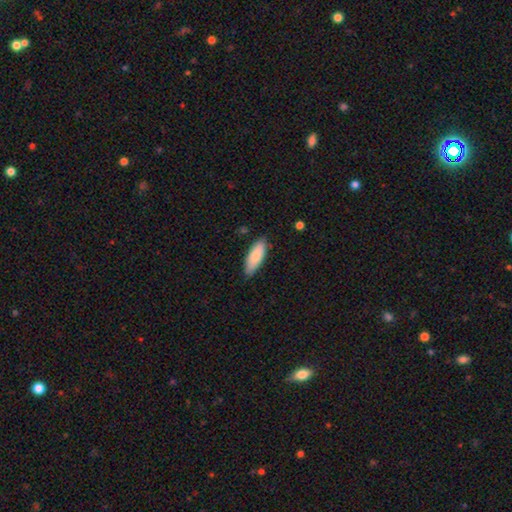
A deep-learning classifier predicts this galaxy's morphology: A smooth galaxy with no disk features (84%) that is in between round and cigar-shaped (64%).

Vote fractions:
- Smooth or featured? smooth: 84% / featured or disk: 11% / star or artifact: 5%
- How rounded? in between: 64% / cigar-shaped: 35% / round: 2%
- Merging? none: 83% / minor disturbance: 13% / major disturbance: 2% / merger: 1%